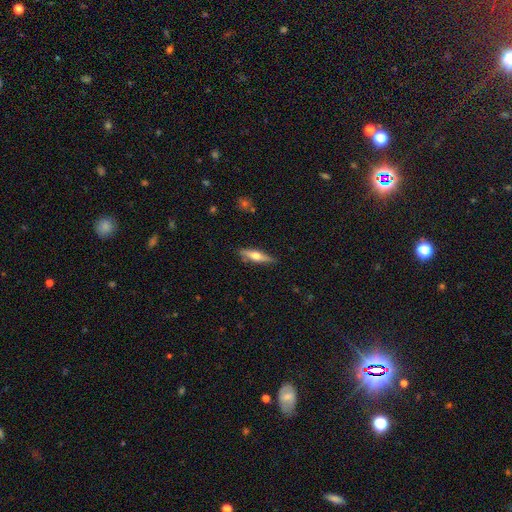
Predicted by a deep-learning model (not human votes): smooth-or-featured: featured or disk: 56% | smooth: 38% | star or artifact: 6%
  disk-edge-on: yes: 94% | no: 6%
    edge-on-bulge: rounded: 93% | boxy: 4% | none: 3%
  merging: none: 85% | minor disturbance: 12% | major disturbance: 2% | merger: 2%